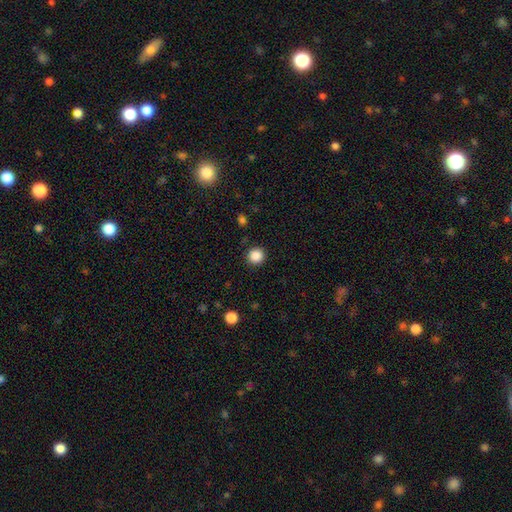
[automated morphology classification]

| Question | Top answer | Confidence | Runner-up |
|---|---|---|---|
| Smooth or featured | smooth | 87% | star or artifact (10%) |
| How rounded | round | 94% | in between (5%) |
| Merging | none | 91% | minor disturbance (5%) |